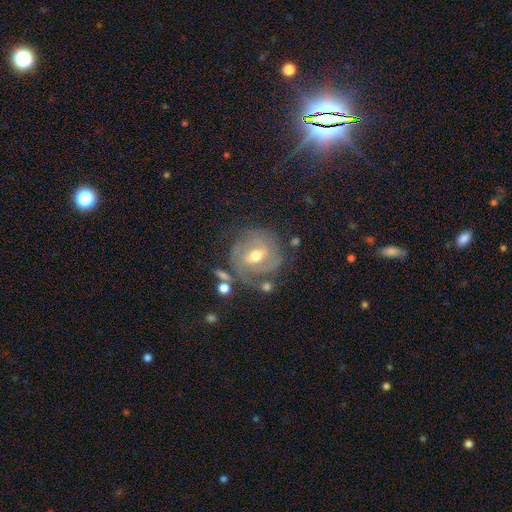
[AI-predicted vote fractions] featured or disk 79%, smooth 12%, star or artifact 9%. Down the decision tree: edge-on disk — no (97%); bar — weak (51%); spiral arms — yes (90%); spiral arm count — 2 (40%); spiral winding — tight (66%); bulge size — moderate (74%); merging — none (68%).